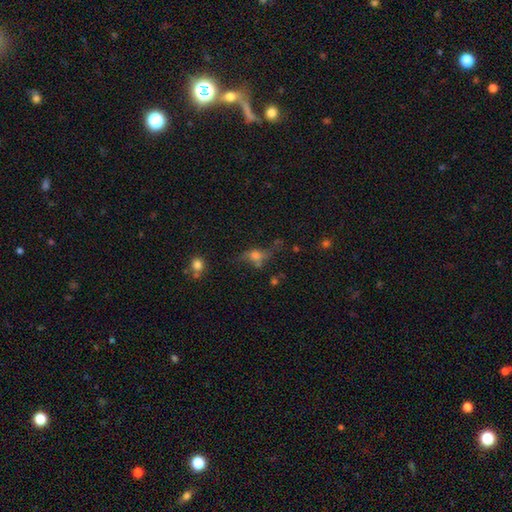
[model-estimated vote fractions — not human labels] This appears to be a smooth galaxy with no disk features (47%). Merging: none (48%).